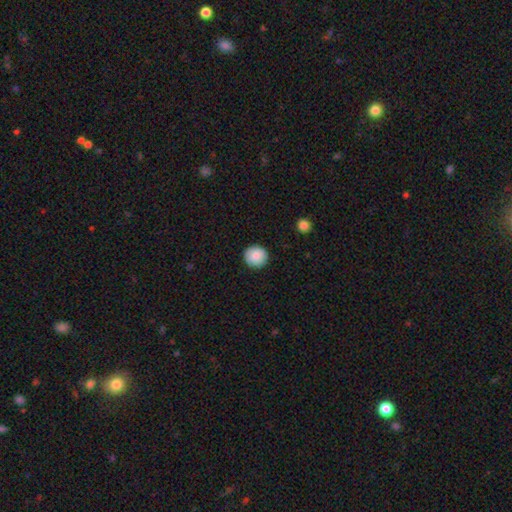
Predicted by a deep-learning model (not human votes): Smooth or featured: smooth — 87% (star or artifact — 8%)
How rounded: round — 93% (in between — 6%)
Merging: none — 92% (minor disturbance — 6%)